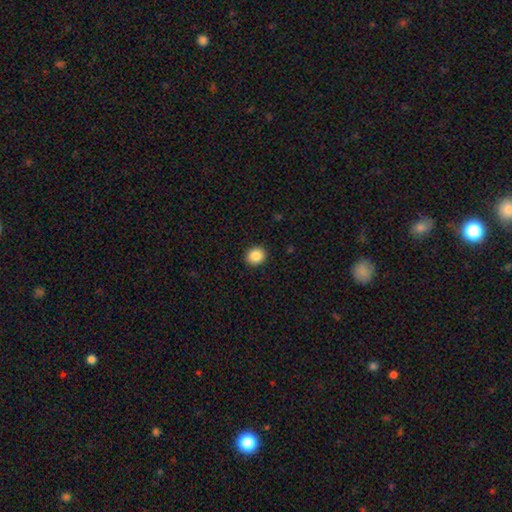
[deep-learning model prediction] Smooth or featured? smooth (87%)
How rounded? round (78%)
Merging? none (92%)